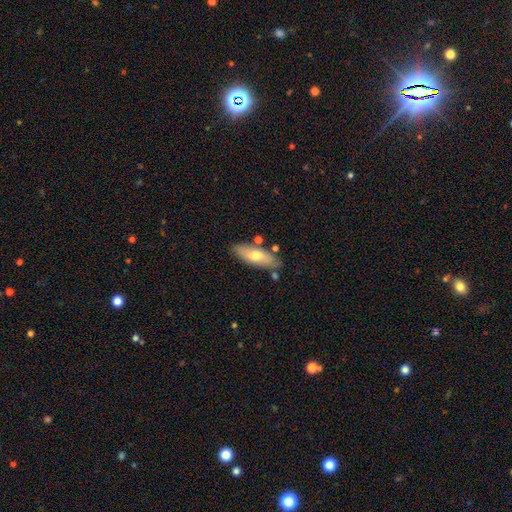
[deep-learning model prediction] Smooth or featured? Predicted: smooth (p=0.62). How rounded? Predicted: in between (p=0.65). Merging? Predicted: none (p=0.78).